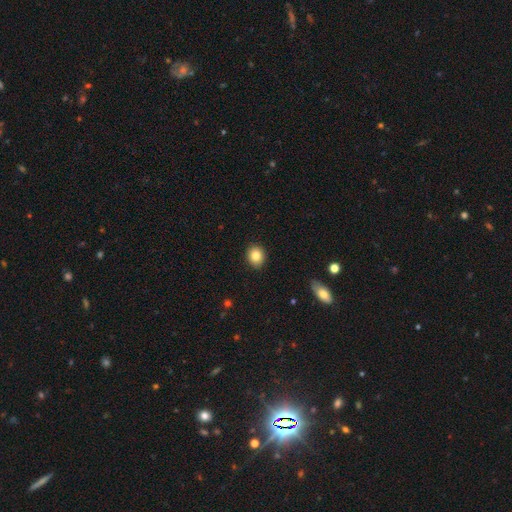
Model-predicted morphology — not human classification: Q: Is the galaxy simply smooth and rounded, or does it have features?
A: smooth — 85%.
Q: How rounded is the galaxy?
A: round — 73%.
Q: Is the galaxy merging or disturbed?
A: none — 91%.